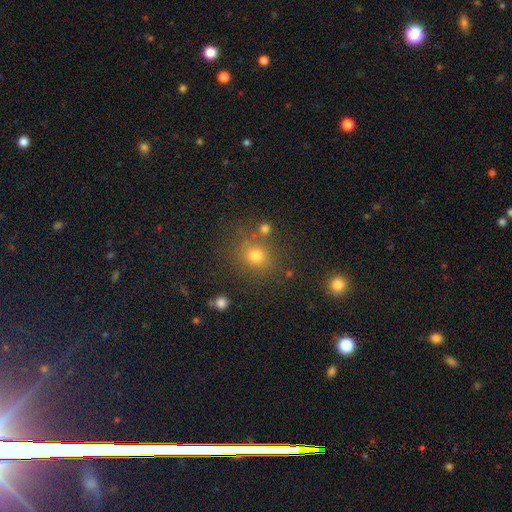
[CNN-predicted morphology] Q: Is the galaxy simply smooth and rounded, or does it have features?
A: smooth — 72%.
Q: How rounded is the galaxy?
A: round — 76%.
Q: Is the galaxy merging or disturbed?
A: none — 75%.